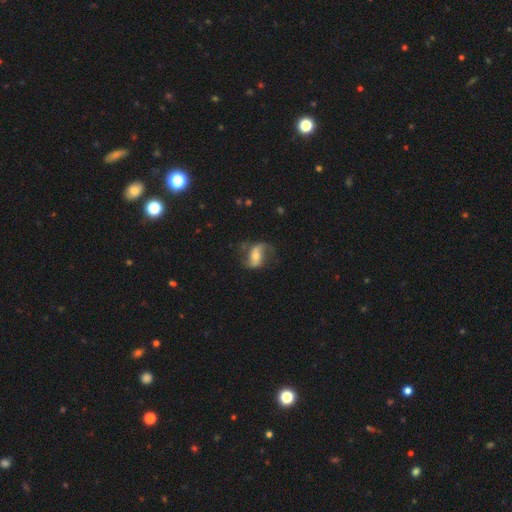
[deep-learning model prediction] A featured or disk galaxy (71%) with no bar (35%), 2 (83%) loose (68%) spiral arms (88%) and a moderate central bulge (54%).

Vote fractions:
- Smooth or featured? featured or disk: 71% / smooth: 22% / star or artifact: 8%
- Edge-on disk? no: 94% / yes: 6%
- Bar? no: 35% / strong: 33% / weak: 32%
- Spiral arms? yes: 88% / no: 12%
- Spiral winding? loose: 68% / medium: 25% / tight: 8%
- Spiral arm count? 2: 83% / 1: 9% / can't tell: 5% / 3: 1% / 4: 1% / more than 4: 1%
- Bulge size? moderate: 54% / small: 38% / large: 5% / none: 2% / dominant: 1%
- Merging? none: 59% / minor disturbance: 22% / major disturbance: 17% / merger: 2%